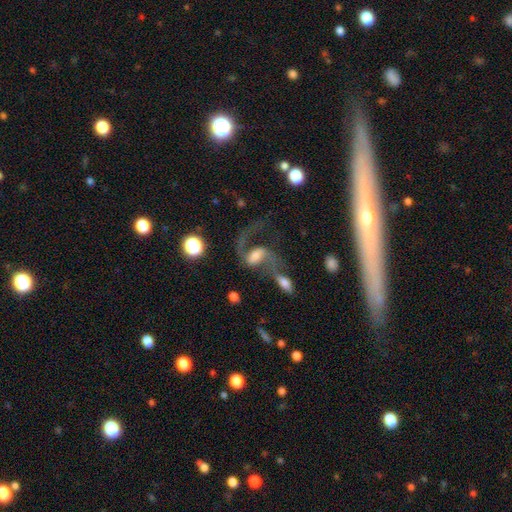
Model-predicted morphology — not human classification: Smooth or featured: featured or disk — 78% (smooth — 13%)
Edge-on disk: no — 96% (yes — 4%)
Bar: weak — 48% (no — 29%)
Spiral arms: yes — 93% (no — 7%)
Spiral winding: loose — 67% (medium — 28%)
Spiral arm count: 2 — 84% (1 — 10%)
Bulge size: moderate — 41% (large — 24%)
Merging: none — 38% (merger — 27%)